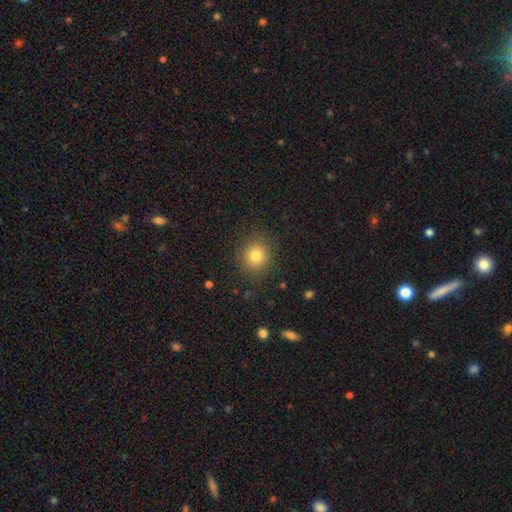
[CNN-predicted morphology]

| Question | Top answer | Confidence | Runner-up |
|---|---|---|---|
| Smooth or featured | smooth | 80% | star or artifact (13%) |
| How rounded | round | 88% | in between (11%) |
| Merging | none | 88% | minor disturbance (8%) |